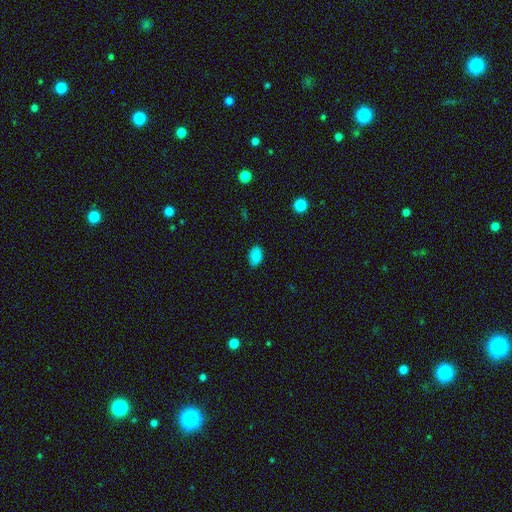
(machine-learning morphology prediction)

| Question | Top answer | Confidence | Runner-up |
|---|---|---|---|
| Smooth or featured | smooth | 85% | star or artifact (11%) |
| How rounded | in between | 89% | round (10%) |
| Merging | none | 83% | minor disturbance (13%) |